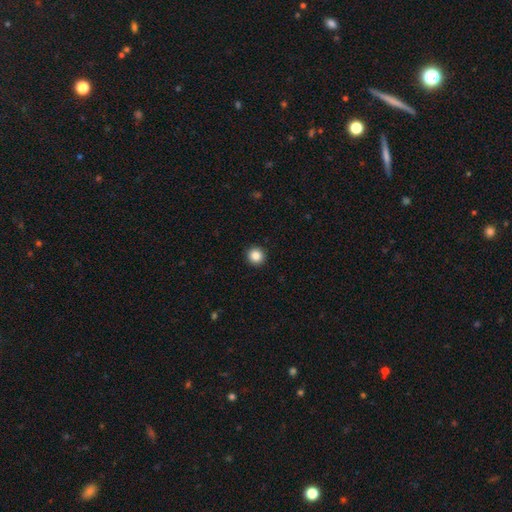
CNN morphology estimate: smooth-or-featured: smooth: 87% | star or artifact: 10% | featured or disk: 4%
  how-rounded: round: 95% | in between: 4% | cigar-shaped: 1%
  merging: none: 93% | minor disturbance: 4% | major disturbance: 2% | merger: 1%